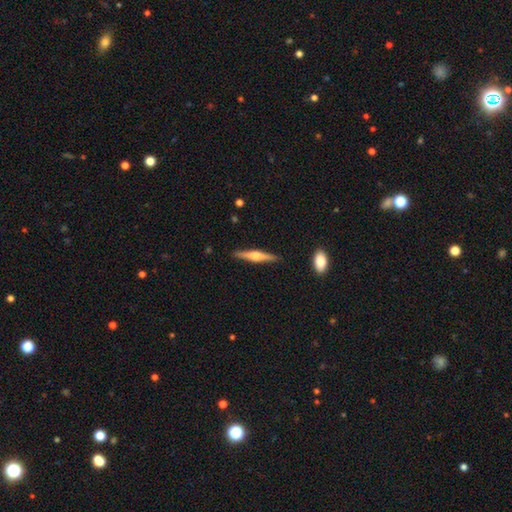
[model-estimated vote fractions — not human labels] Overall: featured or disk (66%; smooth 28%). Edge-on disk: yes (98%). Edge-on bulge: rounded (89%). Merging: none (90%).